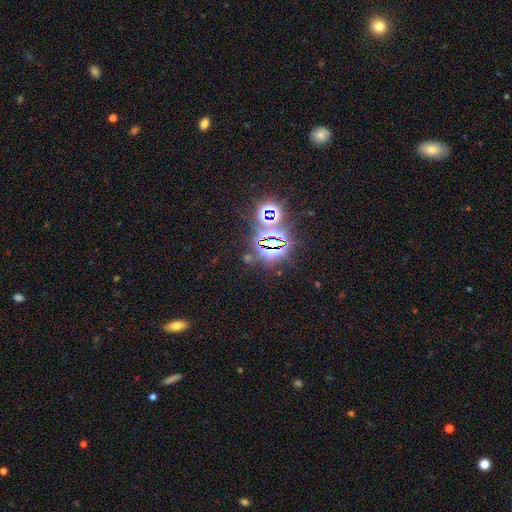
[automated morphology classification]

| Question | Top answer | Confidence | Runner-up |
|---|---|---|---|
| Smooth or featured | star or artifact | 81% | smooth (11%) |